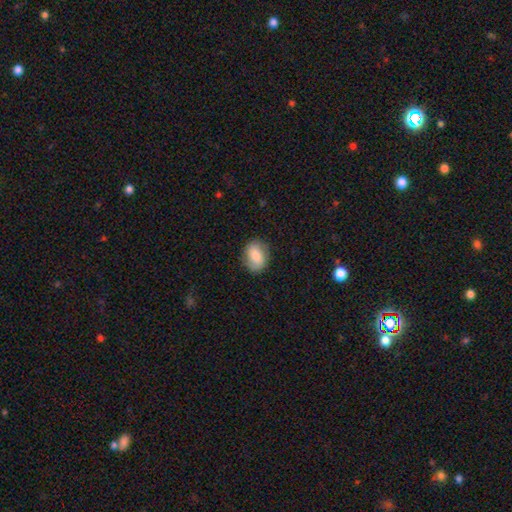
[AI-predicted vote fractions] Morphology: type=smooth (77%); roundness=in between (70%); merging=none (82%).